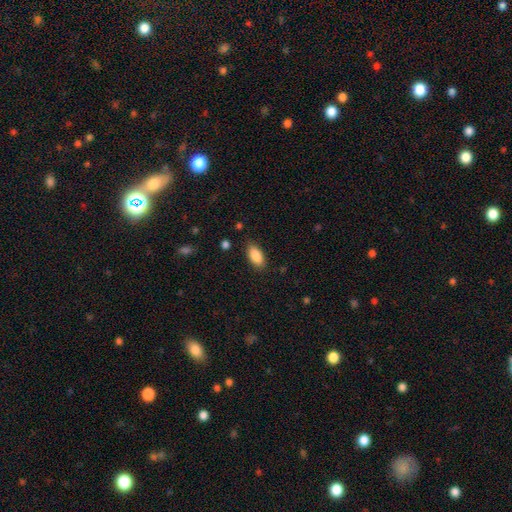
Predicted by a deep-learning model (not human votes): This is clearly a smooth galaxy (88%). How rounded: clearly in between (90%). Merging: clearly none (83%).